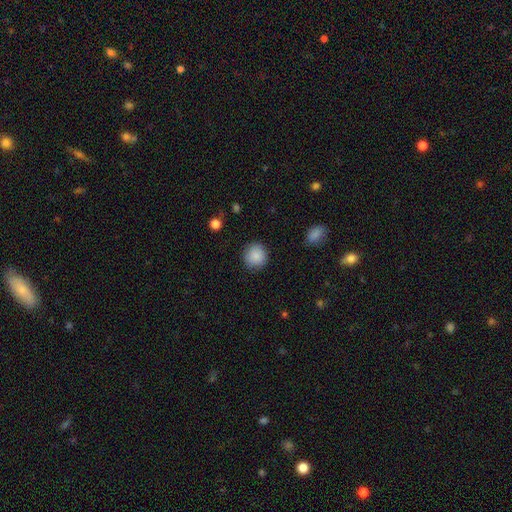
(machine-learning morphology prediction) smooth_or_featured: smooth (p=0.89) [alt: star or artifact p=0.08]
how_rounded: round (p=0.91) [alt: in between p=0.08]
merging: none (p=0.89) [alt: minor disturbance p=0.07]